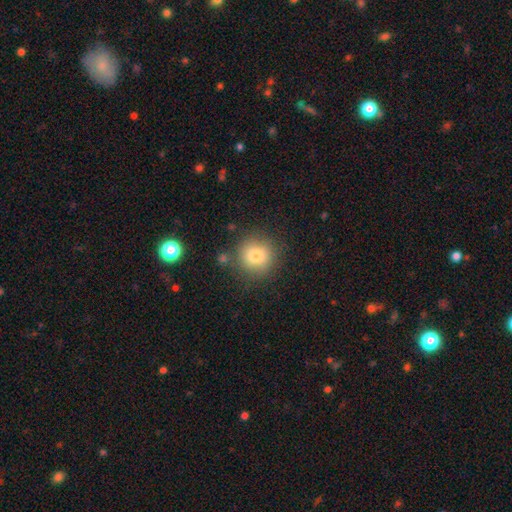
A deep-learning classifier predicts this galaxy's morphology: Smooth or featured: smooth — 79% (star or artifact — 11%)
How rounded: round — 92% (in between — 7%)
Merging: none — 82% (minor disturbance — 11%)